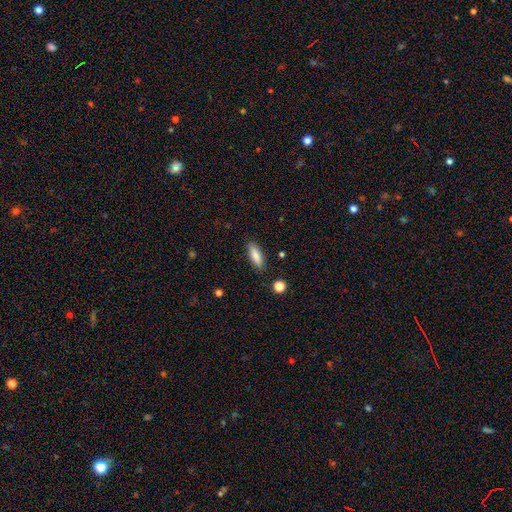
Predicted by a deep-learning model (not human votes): Smooth or featured: smooth — 85% (featured or disk — 8%)
How rounded: in between — 57% (cigar-shaped — 41%)
Merging: none — 87% (minor disturbance — 9%)